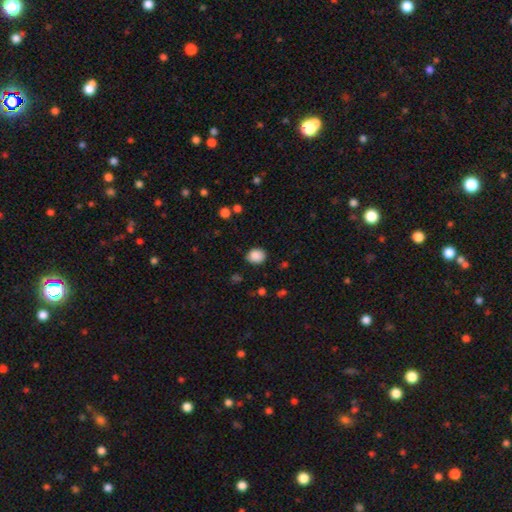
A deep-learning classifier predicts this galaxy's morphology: A smooth galaxy with no disk features (87%) that is round (57%).

Vote fractions:
- Smooth or featured? smooth: 87% / star or artifact: 9% / featured or disk: 4%
- How rounded? round: 57% / in between: 43% / cigar-shaped: 1%
- Merging? none: 80% / minor disturbance: 15% / major disturbance: 3% / merger: 2%